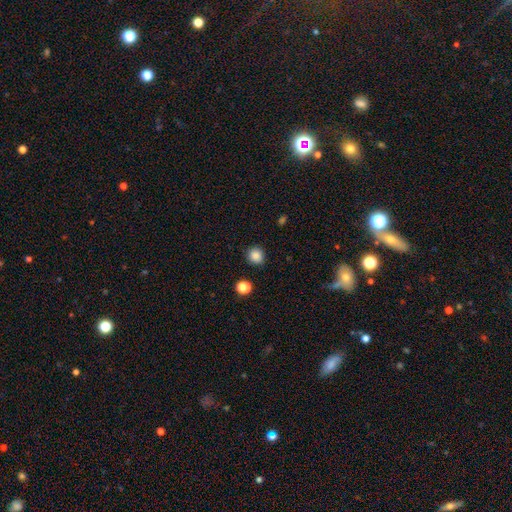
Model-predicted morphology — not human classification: Smooth or featured: smooth — 85% (star or artifact — 11%)
How rounded: round — 87% (in between — 12%)
Merging: none — 88% (minor disturbance — 8%)